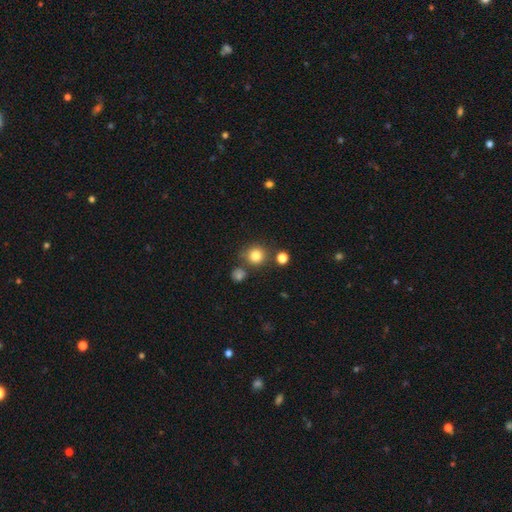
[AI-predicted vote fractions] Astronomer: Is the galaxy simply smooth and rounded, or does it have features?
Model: smooth — 81%.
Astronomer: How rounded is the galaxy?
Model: round — 92%.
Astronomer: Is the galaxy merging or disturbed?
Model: none — 76%.